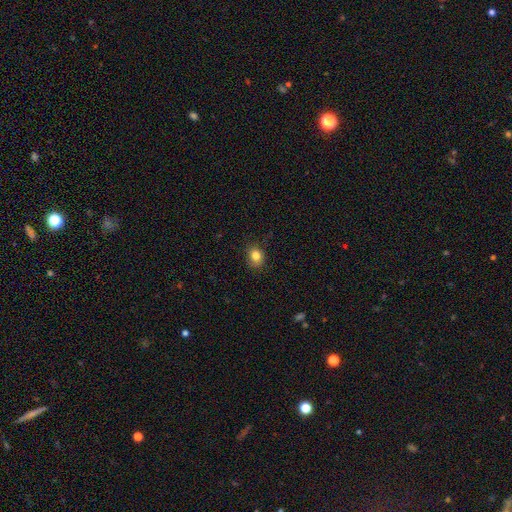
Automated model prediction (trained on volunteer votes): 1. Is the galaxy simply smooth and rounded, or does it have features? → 82% smooth, 11% star or artifact, 7% featured or disk.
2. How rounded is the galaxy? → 63% round, 36% in between, 1% cigar-shaped.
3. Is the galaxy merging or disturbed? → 78% none, 17% minor disturbance, 4% major disturbance, 1% merger.